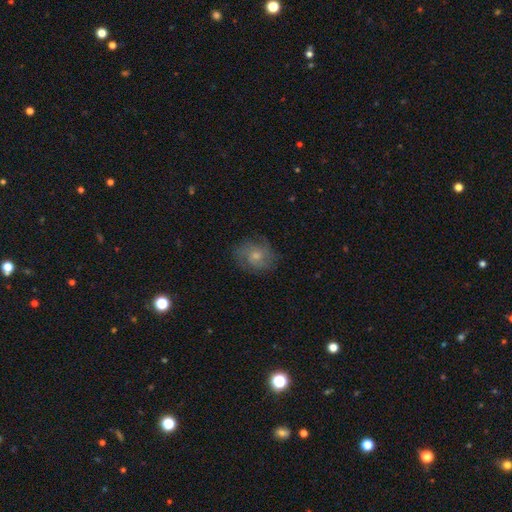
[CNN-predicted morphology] This is possibly a featured or disk galaxy (57%). It is clearly not viewed edge-on (96%). Bar: likely no (73%). Spiral arm pattern: clearly yes (86%). Central bulge: possibly small (50%). Merging: likely none (79%).